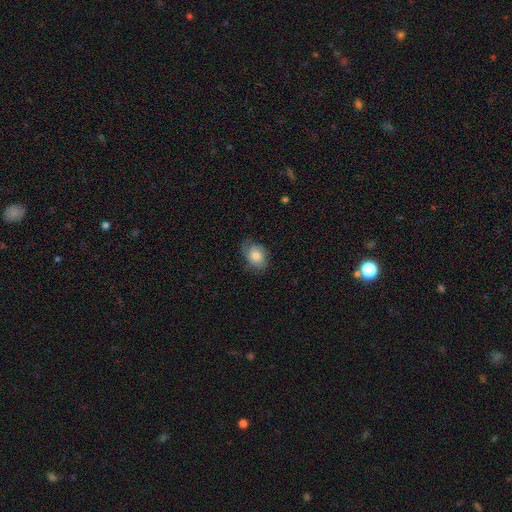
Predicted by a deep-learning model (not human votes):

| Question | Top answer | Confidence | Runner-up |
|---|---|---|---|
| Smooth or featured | smooth | 70% | featured or disk (22%) |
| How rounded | in between | 70% | round (29%) |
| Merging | none | 62% | minor disturbance (28%) |